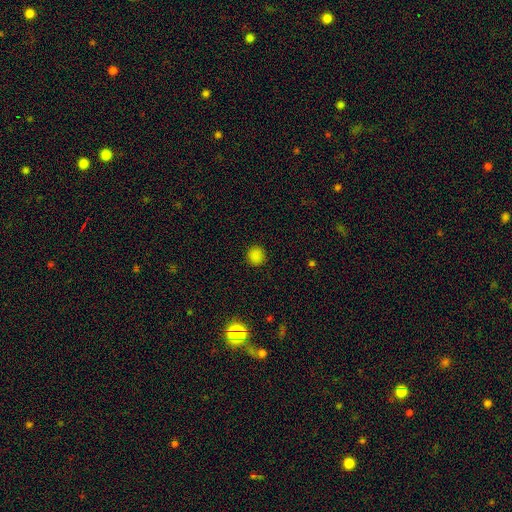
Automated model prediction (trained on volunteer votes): Smooth or featured?
  - smooth: 82% *
  - star or artifact: 15%
  - featured or disk: 3%
How rounded?
  - round: 89% *
  - in between: 10%
  - cigar-shaped: 1%
Merging?
  - none: 90% *
  - minor disturbance: 7%
  - major disturbance: 2%
  - merger: 1%